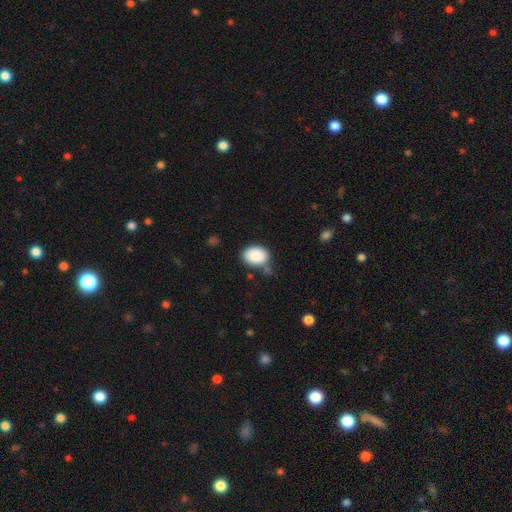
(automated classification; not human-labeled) smooth_or_featured: smooth (p=0.88) [alt: star or artifact p=0.07]
how_rounded: in between (p=0.75) [alt: round p=0.24]
merging: none (p=0.66) [alt: minor disturbance p=0.21]